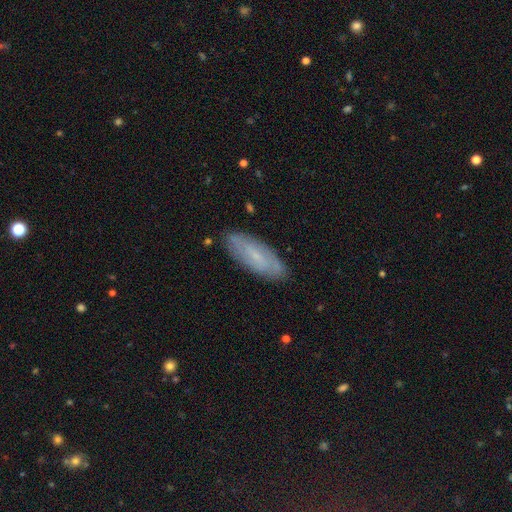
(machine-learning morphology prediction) smooth-or-featured: smooth: 46% | featured or disk: 45% | star or artifact: 9%
  merging: none: 84% | minor disturbance: 12% | major disturbance: 3% | merger: 1%